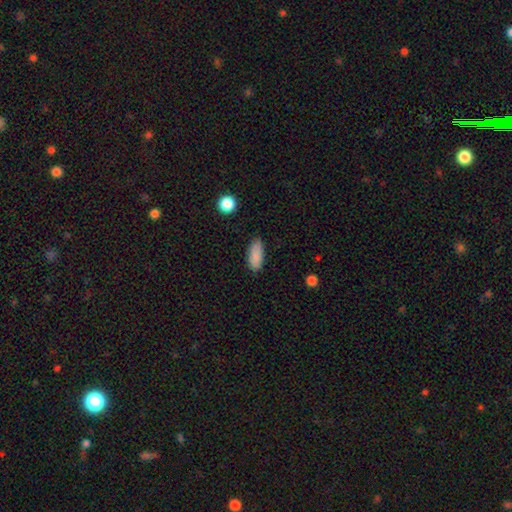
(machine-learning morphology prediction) The model was most divided on "merging": none: 79%, minor disturbance: 16%, major disturbance: 3%, merger: 1%. More confident: smooth or featured — smooth (87%); how rounded — in between (84%).